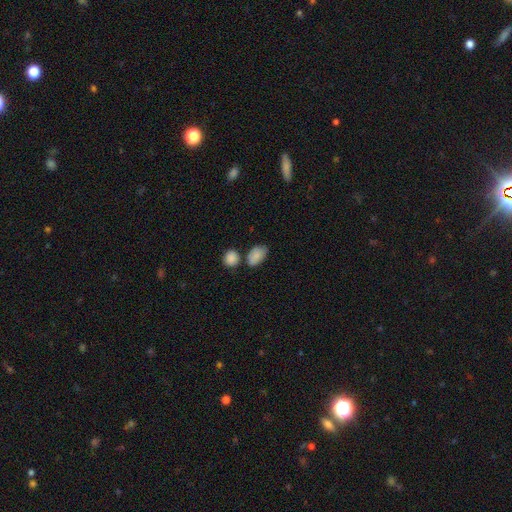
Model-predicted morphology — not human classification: smooth-or-featured: smooth: 85% | star or artifact: 8% | featured or disk: 7%
  how-rounded: in between: 89% | round: 9% | cigar-shaped: 2%
  merging: none: 59% | minor disturbance: 19% | merger: 17% | major disturbance: 5%